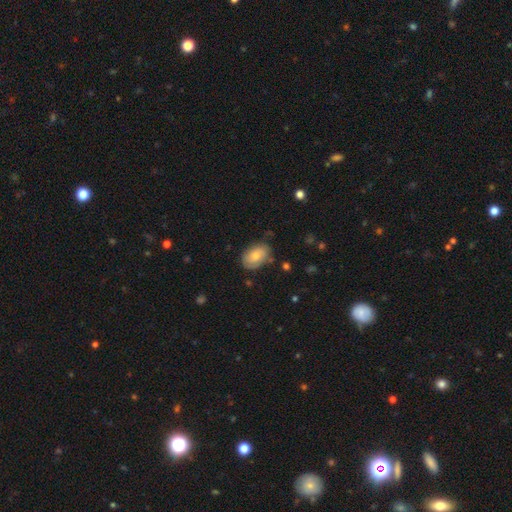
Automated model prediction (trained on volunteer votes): This is likely a smooth galaxy (70%). How rounded: clearly in between (87%). Merging: likely none (71%).